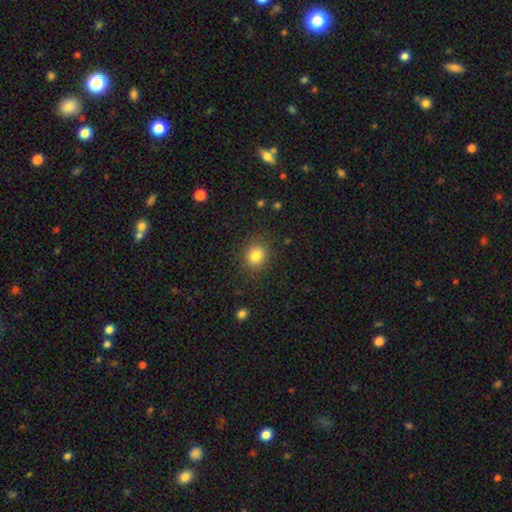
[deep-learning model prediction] smooth-or-featured: smooth: 83% | star or artifact: 11% | featured or disk: 6%
  how-rounded: round: 74% | in between: 26% | cigar-shaped: 1%
  merging: none: 86% | minor disturbance: 9% | major disturbance: 4% | merger: 1%